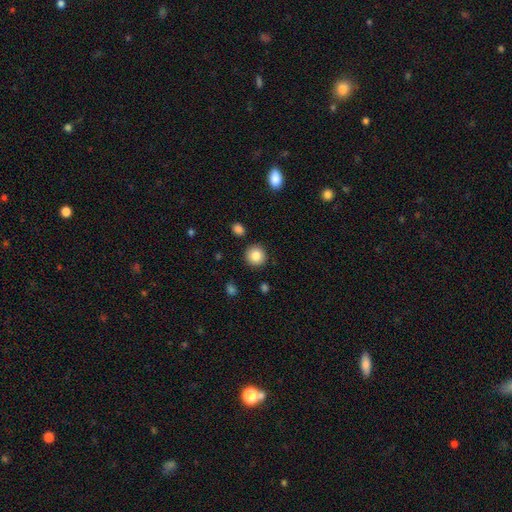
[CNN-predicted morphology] This is clearly a smooth galaxy (85%). How rounded: clearly round (93%). Merging: clearly none (90%).